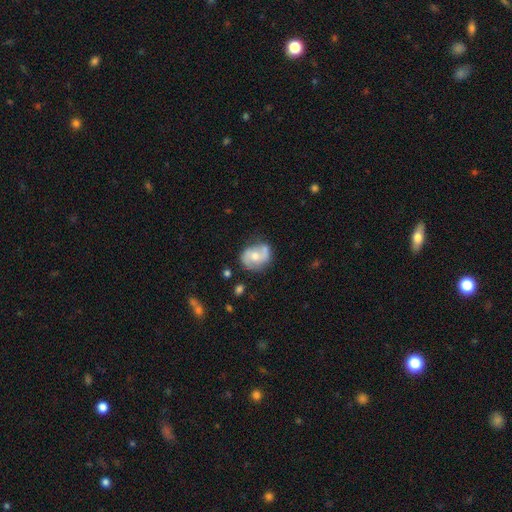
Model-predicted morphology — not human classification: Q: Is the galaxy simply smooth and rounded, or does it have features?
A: featured or disk — 67%.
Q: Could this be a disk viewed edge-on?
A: no — 97%.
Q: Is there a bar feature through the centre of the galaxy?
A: no — 58%.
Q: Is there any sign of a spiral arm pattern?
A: yes — 85%.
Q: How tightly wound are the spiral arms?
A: medium — 46%.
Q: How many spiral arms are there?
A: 2 — 85%.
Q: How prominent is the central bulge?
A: moderate — 65%.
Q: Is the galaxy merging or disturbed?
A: none — 65%.